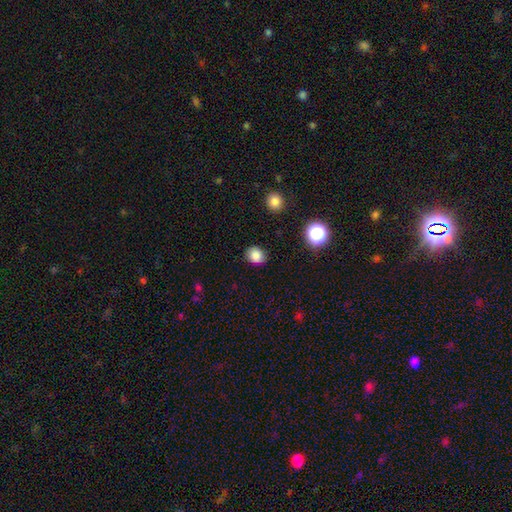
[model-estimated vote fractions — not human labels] Morphology: type=smooth (84%); roundness=round (62%); merging=none (86%).